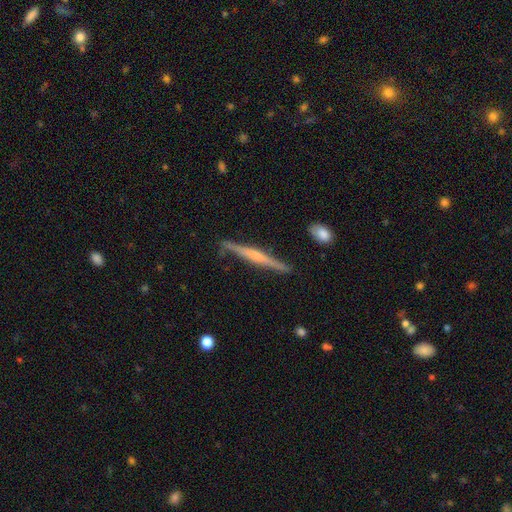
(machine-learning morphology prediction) Smooth or featured? featured or disk (67%)
Edge-on disk? yes (98%)
Edge-on bulge? rounded (51%)
Merging? none (86%)